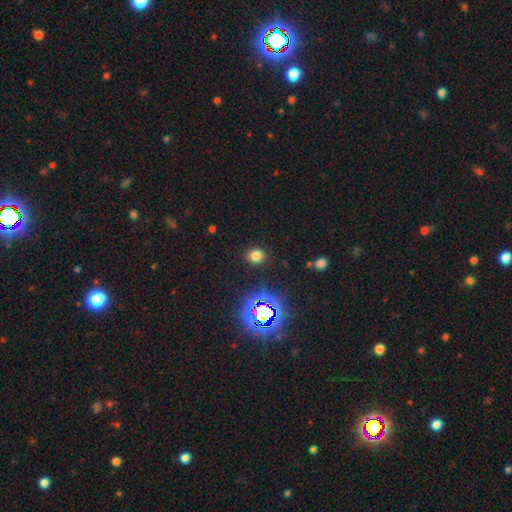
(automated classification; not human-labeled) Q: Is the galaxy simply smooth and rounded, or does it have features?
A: smooth — 72%.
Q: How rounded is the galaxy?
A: round — 68%.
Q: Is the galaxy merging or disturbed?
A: none — 88%.